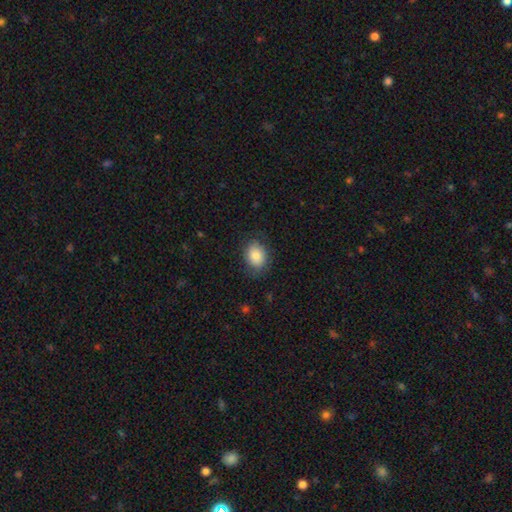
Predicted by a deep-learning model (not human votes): This is clearly a smooth galaxy (85%). How rounded: possibly in between (54%). Merging: likely none (79%).